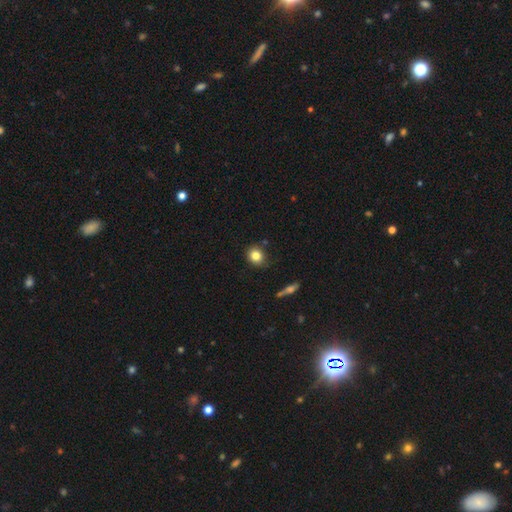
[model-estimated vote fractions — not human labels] The model was most divided on "how rounded": round: 76%, in between: 23%, cigar-shaped: 1%. More confident: smooth or featured — smooth (82%); merging — none (81%).